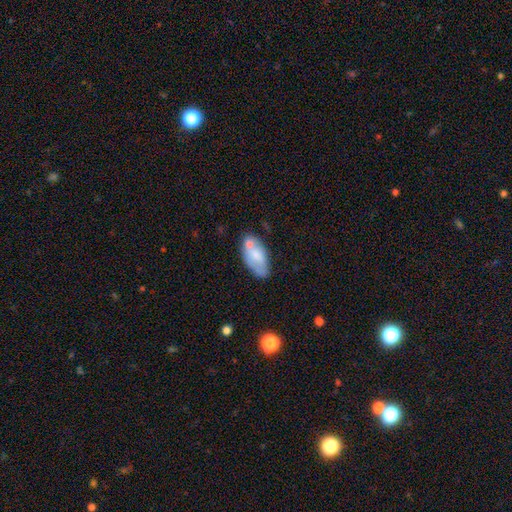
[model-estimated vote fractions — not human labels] The model was most divided on "merging": none: 49%, minor disturbance: 24%, merger: 20%, major disturbance: 8%. More confident: how rounded — in between (93%); smooth or featured — smooth (67%).